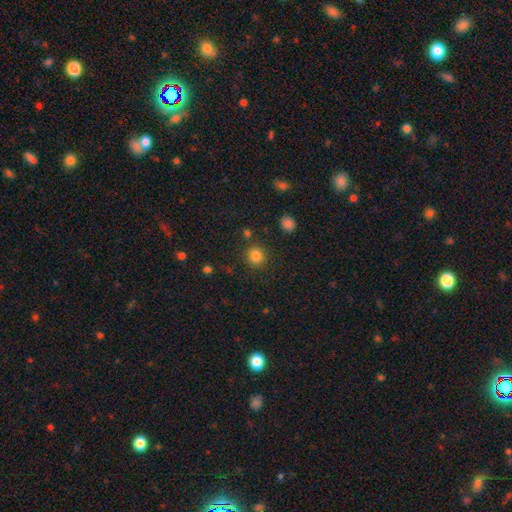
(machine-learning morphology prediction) Q: Smooth or featured?
A: smooth (83%); runner-up: star or artifact (13%)
Q: How rounded?
A: round (88%); runner-up: in between (11%)
Q: Merging?
A: none (86%); runner-up: minor disturbance (7%)